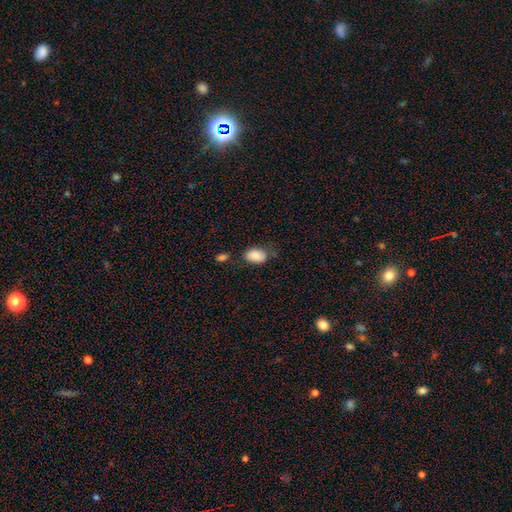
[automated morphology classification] smooth-or-featured: smooth: 85% | featured or disk: 8% | star or artifact: 7%
  how-rounded: in between: 90% | round: 9% | cigar-shaped: 1%
  merging: none: 66% | minor disturbance: 21% | merger: 6% | major disturbance: 6%